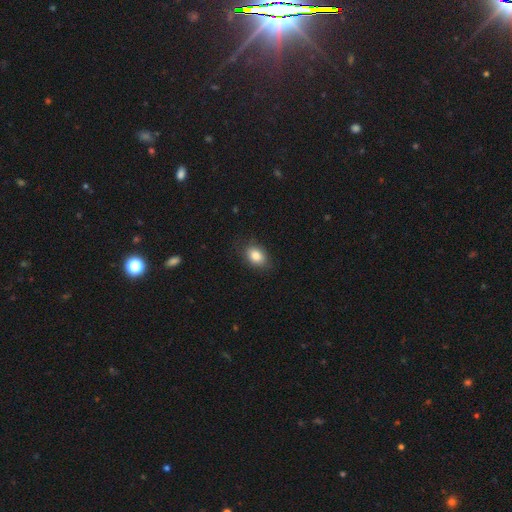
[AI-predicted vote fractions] Morphology: type=smooth (84%); roundness=in between (76%); merging=none (81%).